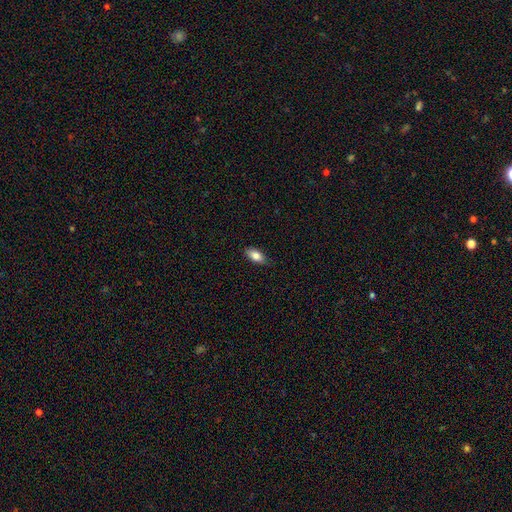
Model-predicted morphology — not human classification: type=smooth (81%); roundness=in between (87%); merging=none (82%).